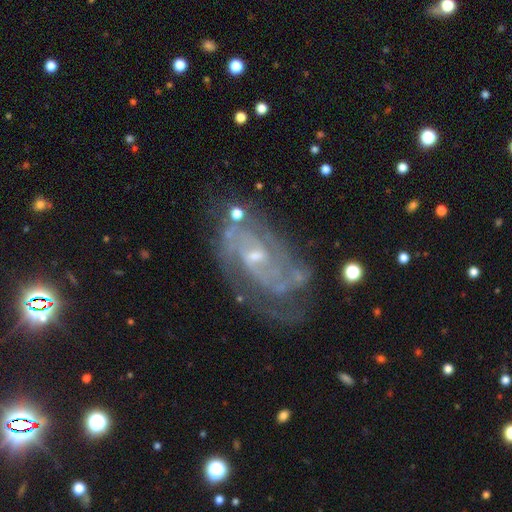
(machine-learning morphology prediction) type=featured or disk (83%); edge-on=no (96%); bar=no (52%); spiral arms=yes (92%); winding=tight (49%); arm count=2 (35%); bulge=small (64%); merging=none (61%).